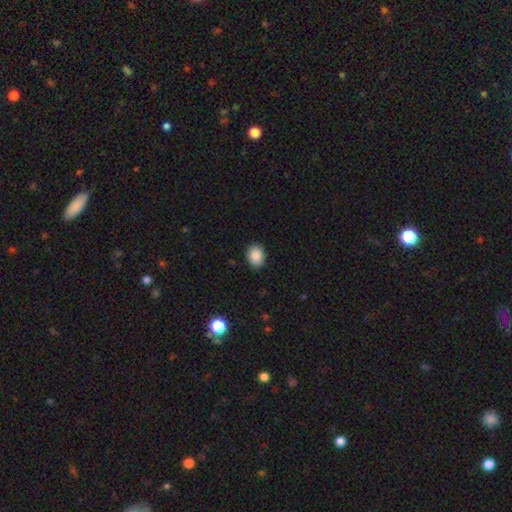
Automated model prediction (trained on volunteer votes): smooth-or-featured: smooth: 88% | star or artifact: 8% | featured or disk: 4%
  how-rounded: in between: 68% | round: 31% | cigar-shaped: 1%
  merging: none: 88% | minor disturbance: 9% | major disturbance: 2% | merger: 1%